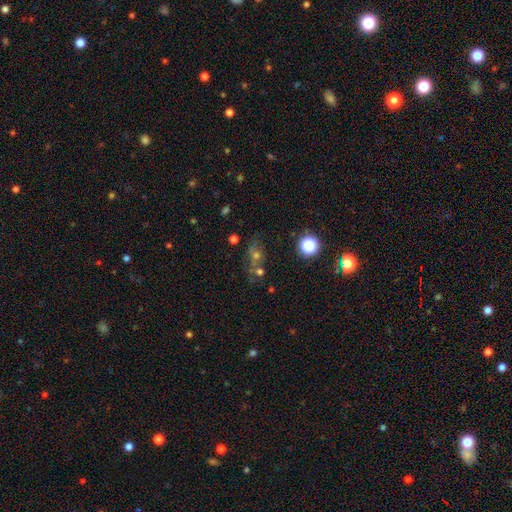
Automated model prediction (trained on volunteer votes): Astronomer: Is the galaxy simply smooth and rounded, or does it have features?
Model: star or artifact — 40% (runner-up: smooth, 38%).